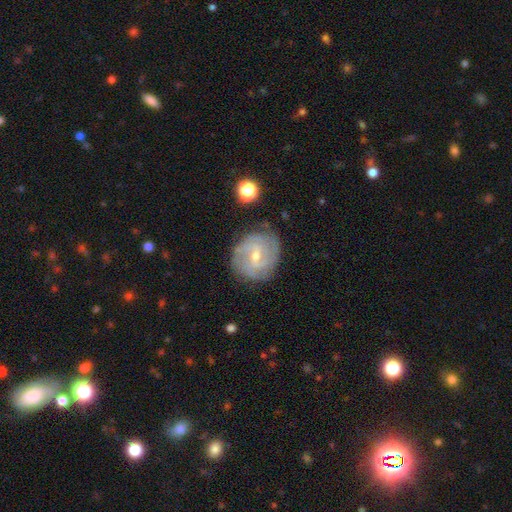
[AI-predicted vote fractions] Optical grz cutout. It shows a featured or disk galaxy (81%) with a weak bar (53%), 2 (30%) tight (61%) spiral arms (94%) and a small central bulge (62%). Merging: none (79%).